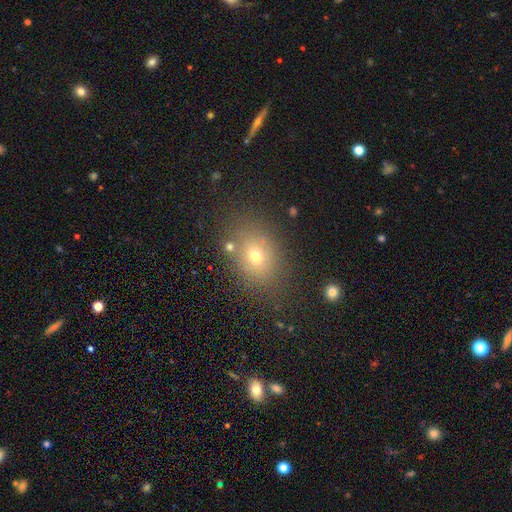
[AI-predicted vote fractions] Morphology: type=smooth (67%); roundness=in between (63%); merging=none (77%).